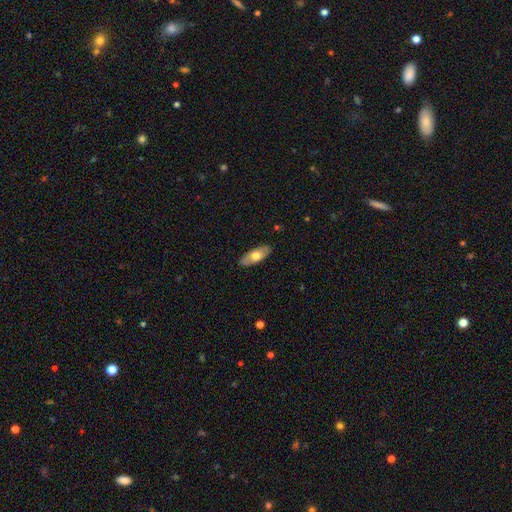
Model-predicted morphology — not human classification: The model was most divided on "smooth or featured": smooth: 62%, featured or disk: 32%, star or artifact: 5%. More confident: merging — none (88%); how rounded — in between (79%).